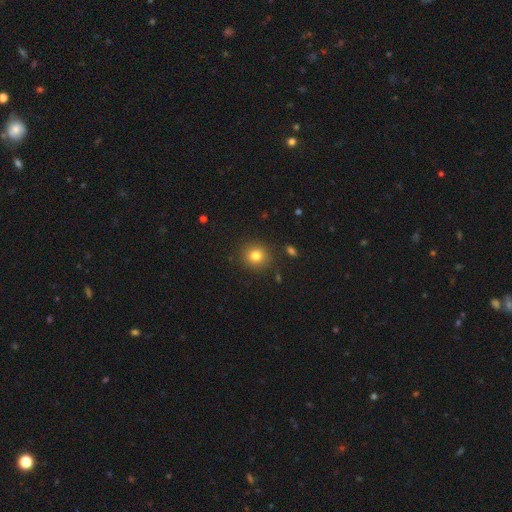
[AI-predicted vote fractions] Smooth or featured?
  - smooth: 80% *
  - star or artifact: 13%
  - featured or disk: 8%
How rounded?
  - round: 89% *
  - in between: 10%
  - cigar-shaped: 1%
Merging?
  - none: 89% *
  - minor disturbance: 7%
  - major disturbance: 2%
  - merger: 2%